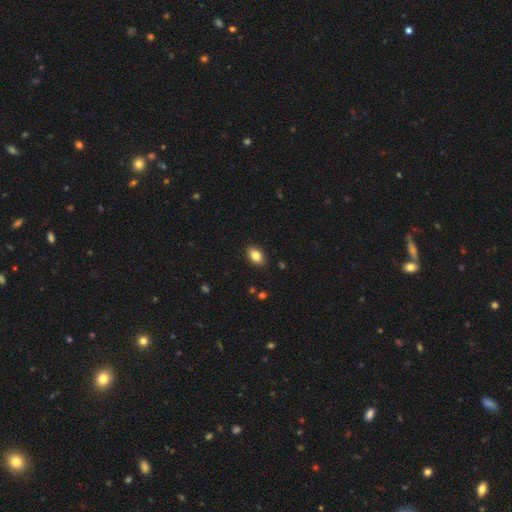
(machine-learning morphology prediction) Smooth or featured?
  - smooth: 82% *
  - featured or disk: 9%
  - star or artifact: 8%
How rounded?
  - in between: 85% *
  - round: 13%
  - cigar-shaped: 2%
Merging?
  - none: 89% *
  - minor disturbance: 8%
  - major disturbance: 2%
  - merger: 1%